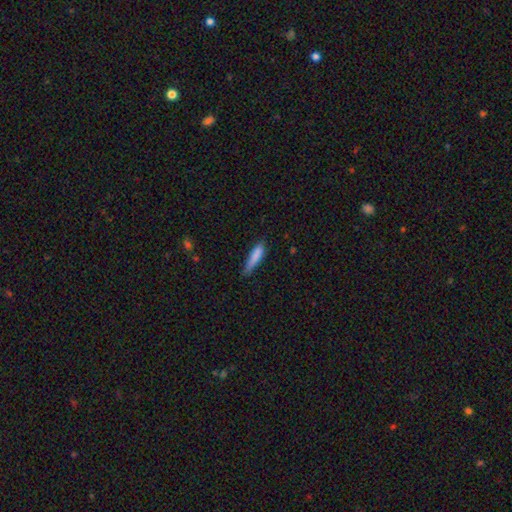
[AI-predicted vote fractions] A smooth galaxy with no disk features (82%) that is cigar-shaped (78%). Merging: none (58%).